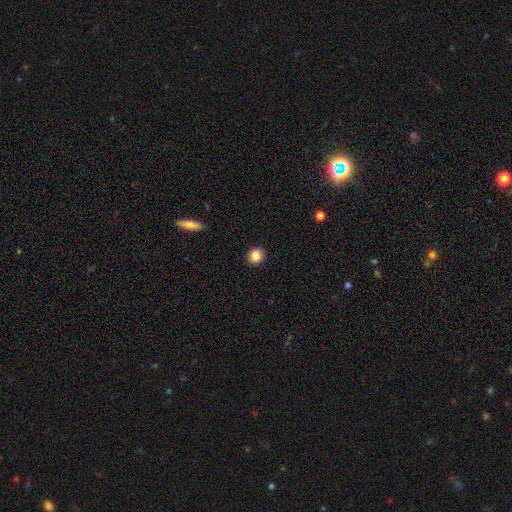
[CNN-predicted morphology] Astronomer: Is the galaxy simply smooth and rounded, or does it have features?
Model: smooth — 85%.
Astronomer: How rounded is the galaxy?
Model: round — 87%.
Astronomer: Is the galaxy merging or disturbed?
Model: none — 92%.